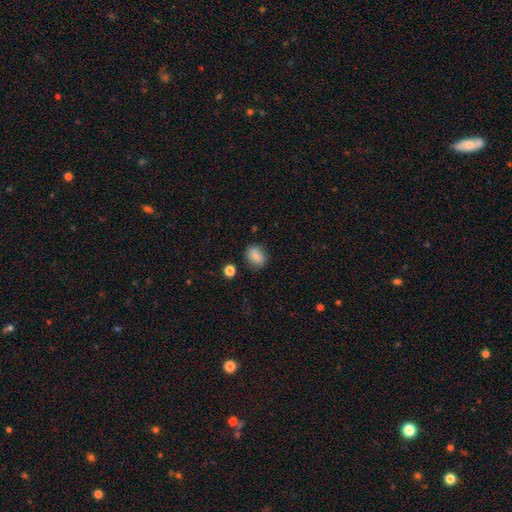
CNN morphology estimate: This is likely a smooth galaxy (80%). How rounded: possibly round (54%). Merging: clearly none (80%).